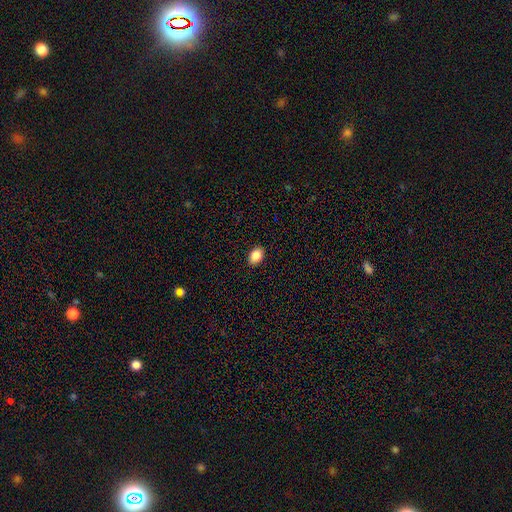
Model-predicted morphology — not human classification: smooth_or_featured: smooth (p=0.87) [alt: star or artifact p=0.08]
how_rounded: in between (p=0.80) [alt: round p=0.19]
merging: none (p=0.91) [alt: minor disturbance p=0.07]